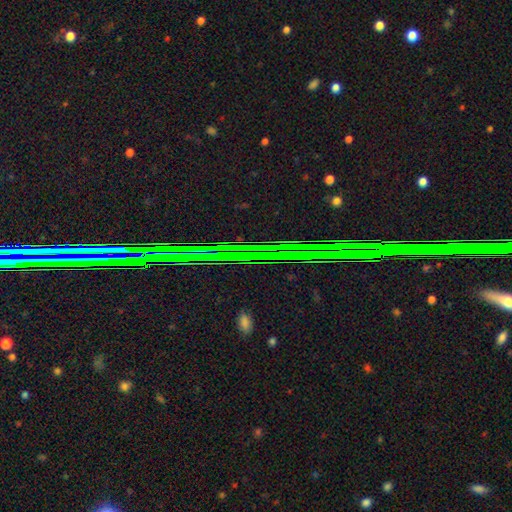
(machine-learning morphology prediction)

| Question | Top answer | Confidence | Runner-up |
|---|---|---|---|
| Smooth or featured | star or artifact | 82% | featured or disk (10%) |